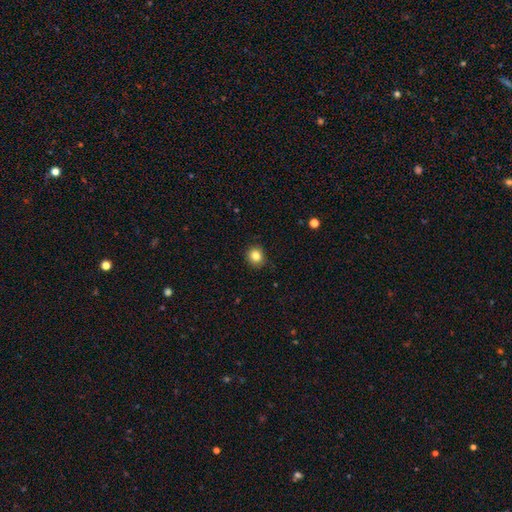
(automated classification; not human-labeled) Q: Smooth or featured?
A: smooth (83%); runner-up: star or artifact (11%)
Q: How rounded?
A: round (87%); runner-up: in between (12%)
Q: Merging?
A: none (90%); runner-up: minor disturbance (7%)